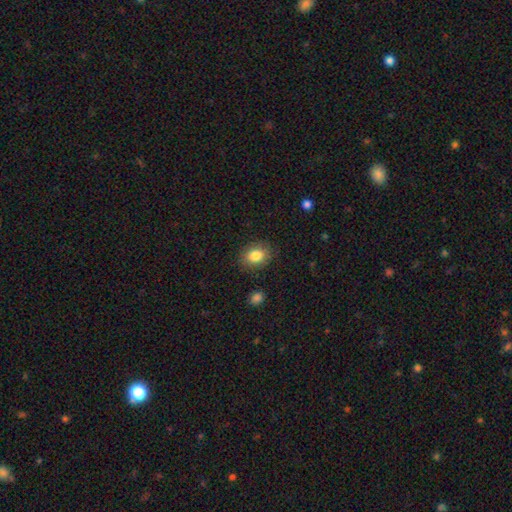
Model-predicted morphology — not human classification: Smooth or featured? smooth (84%)
How rounded? in between (65%)
Merging? none (85%)